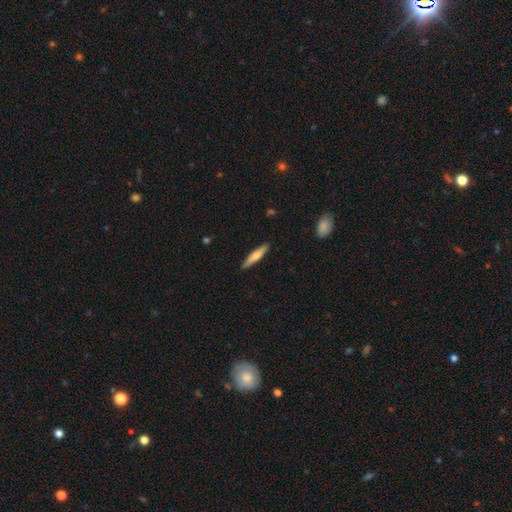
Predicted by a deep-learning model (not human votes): Smooth or featured? Predicted: smooth (p=0.63). How rounded? Predicted: cigar-shaped (p=0.88). Merging? Predicted: none (p=0.89).